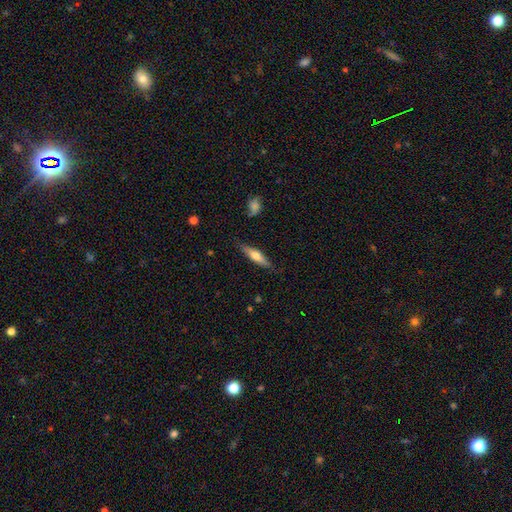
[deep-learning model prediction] Overall: smooth (53%; featured or disk 42%). How rounded: cigar-shaped (76%). Merging: none (83%).